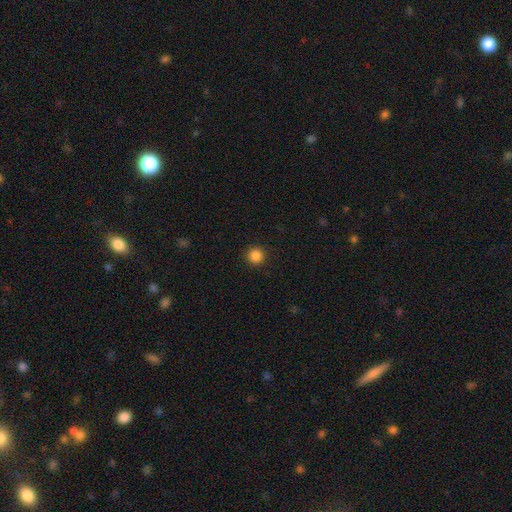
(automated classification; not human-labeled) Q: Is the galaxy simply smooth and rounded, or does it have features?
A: smooth — 86%.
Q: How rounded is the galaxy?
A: round — 96%.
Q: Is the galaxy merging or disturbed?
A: none — 93%.